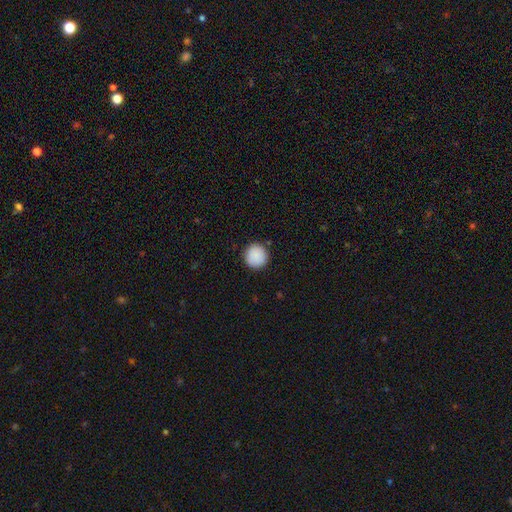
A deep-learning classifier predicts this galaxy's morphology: Smooth or featured?
  - smooth: 89% *
  - star or artifact: 7%
  - featured or disk: 3%
How rounded?
  - round: 94% *
  - in between: 5%
  - cigar-shaped: 1%
Merging?
  - none: 90% *
  - minor disturbance: 7%
  - major disturbance: 2%
  - merger: 1%